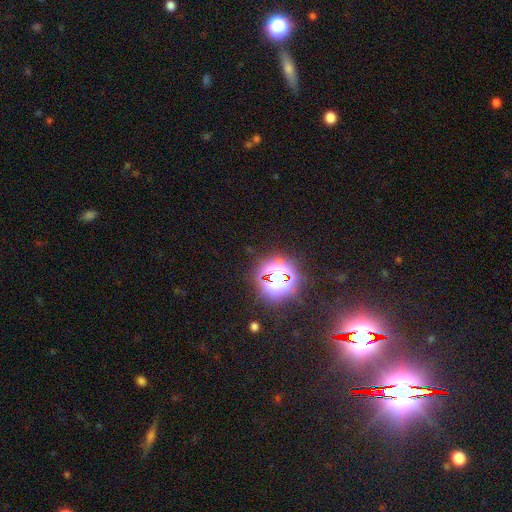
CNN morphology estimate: This appears to be a star or artifact, not a galaxy (78%).